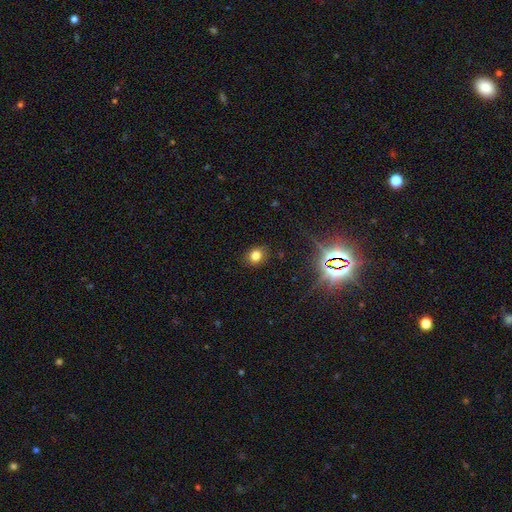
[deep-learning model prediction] Smooth or featured: smooth — 79% (star or artifact — 15%)
How rounded: round — 59% (in between — 40%)
Merging: none — 85% (minor disturbance — 11%)